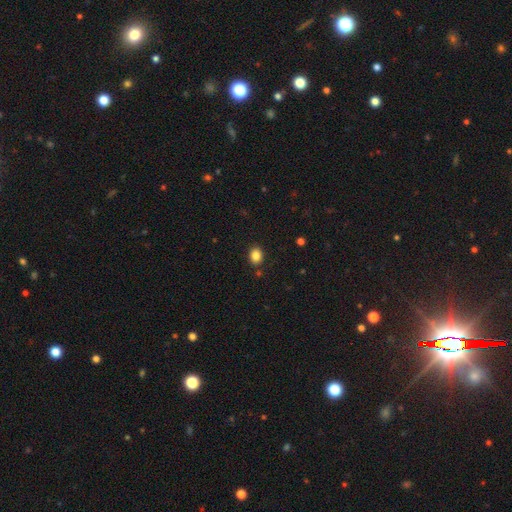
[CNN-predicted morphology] smooth_or_featured: smooth (p=0.85) [alt: star or artifact p=0.10]
how_rounded: in between (p=0.53) [alt: round p=0.47]
merging: none (p=0.88) [alt: minor disturbance p=0.08]